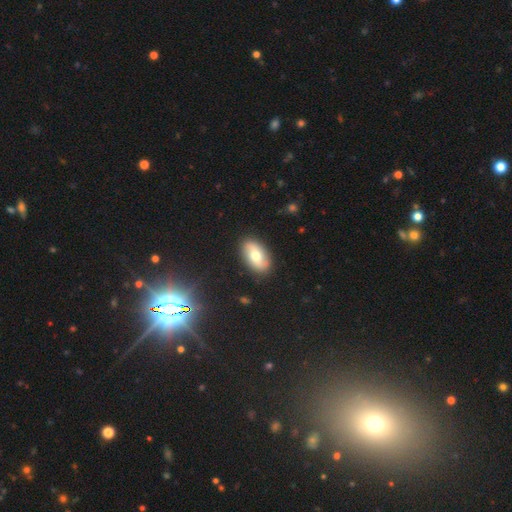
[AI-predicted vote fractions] Smooth or featured? Predicted: smooth (p=0.59). How rounded? Predicted: in between (p=0.92). Merging? Predicted: none (p=0.87).